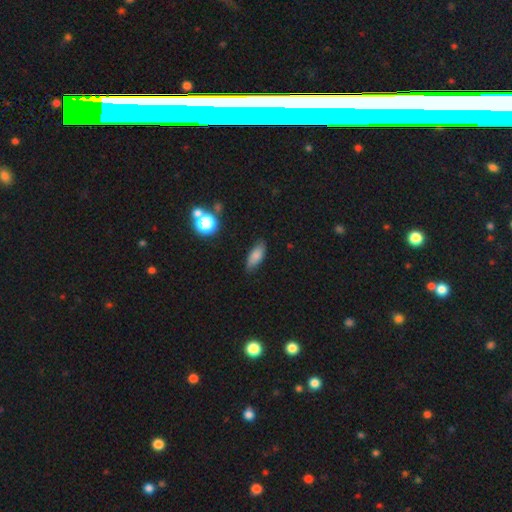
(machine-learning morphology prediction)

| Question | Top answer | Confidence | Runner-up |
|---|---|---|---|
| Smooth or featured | smooth | 80% | featured or disk (11%) |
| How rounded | in between | 77% | cigar-shaped (20%) |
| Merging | none | 78% | minor disturbance (18%) |